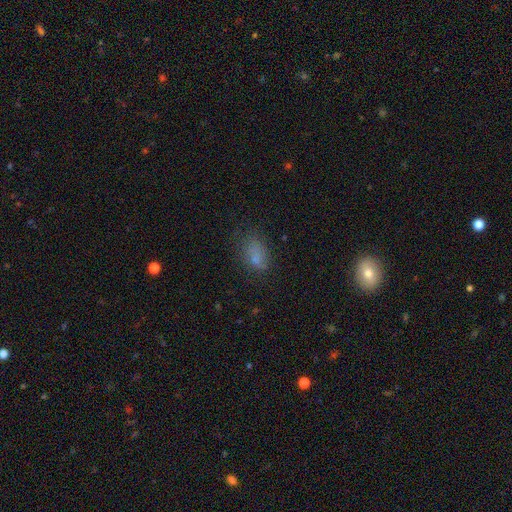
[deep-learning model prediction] smooth 71%, star or artifact 15%, featured or disk 14%. Down the decision tree: how rounded — in between (85%); merging — none (56%).